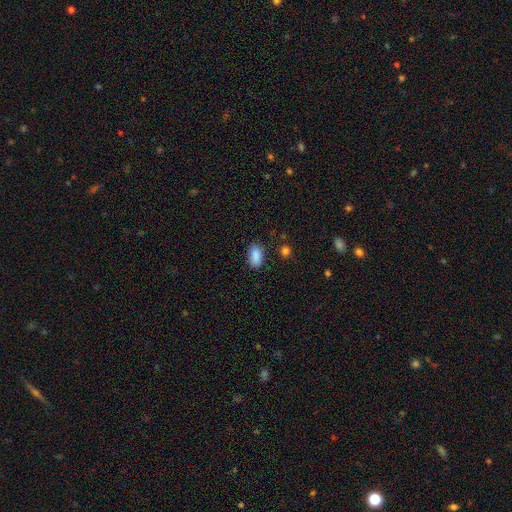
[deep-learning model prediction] Morphology: type=smooth (89%); roundness=in between (91%); merging=none (81%).